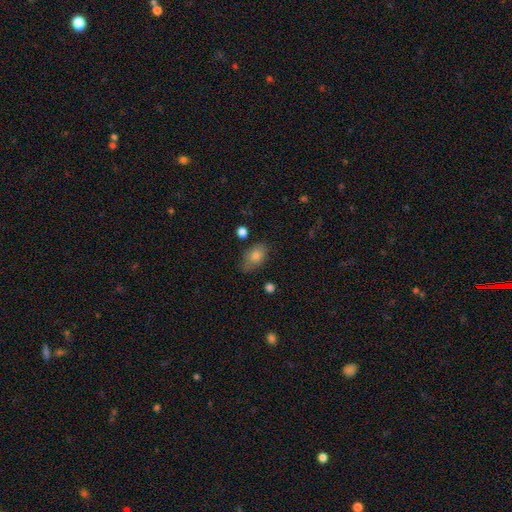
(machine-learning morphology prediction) The model was most divided on "merging": none: 72%, minor disturbance: 21%, major disturbance: 5%, merger: 2%. More confident: how rounded — in between (86%); smooth or featured — smooth (77%).